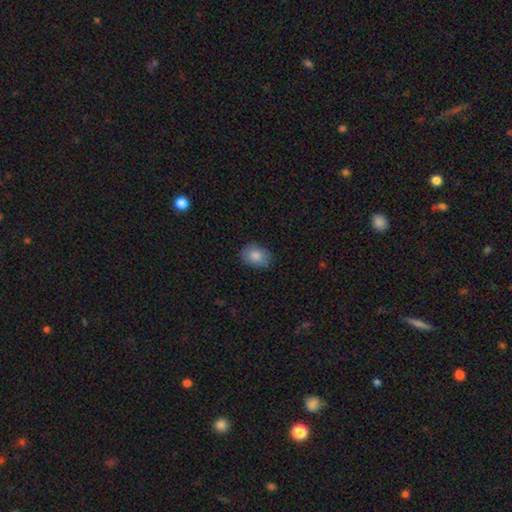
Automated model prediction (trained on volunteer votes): Morphology: type=smooth (85%); roundness=in between (74%); merging=none (81%).